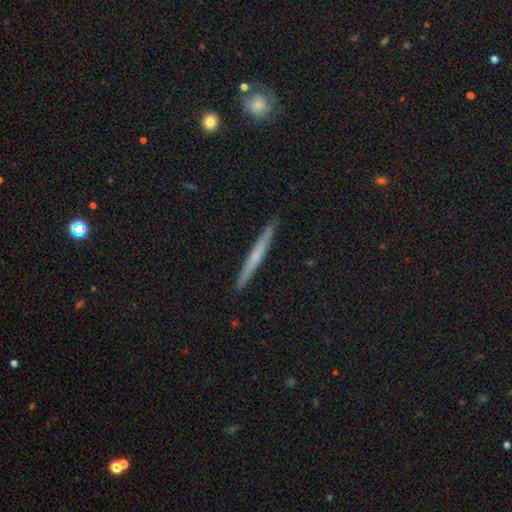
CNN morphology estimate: A featured or disk galaxy (49%).

Vote fractions:
- Smooth or featured? featured or disk: 49% / smooth: 45% / star or artifact: 6%
- Merging? none: 92% / minor disturbance: 6% / major disturbance: 1% / merger: 1%